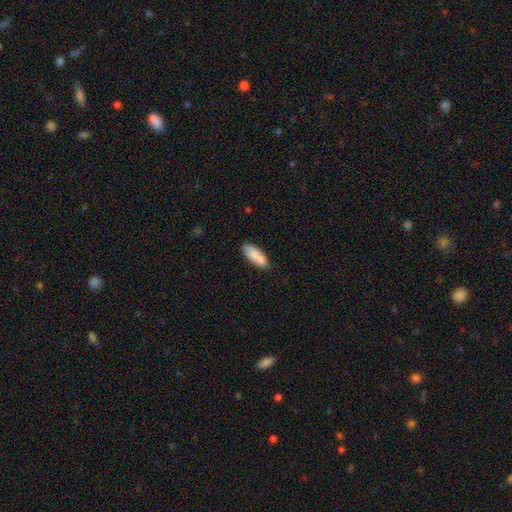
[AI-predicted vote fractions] A smooth galaxy with no disk features (82%) that is in between round and cigar-shaped (78%). Merging: none (70%).